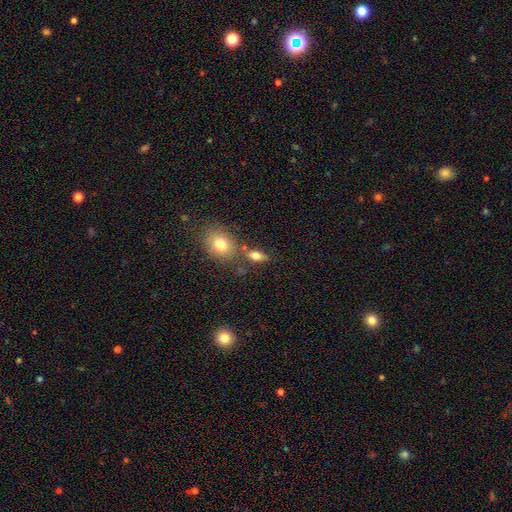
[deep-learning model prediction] Morphology: type=smooth (70%); roundness=in between (73%); merging=none (63%).